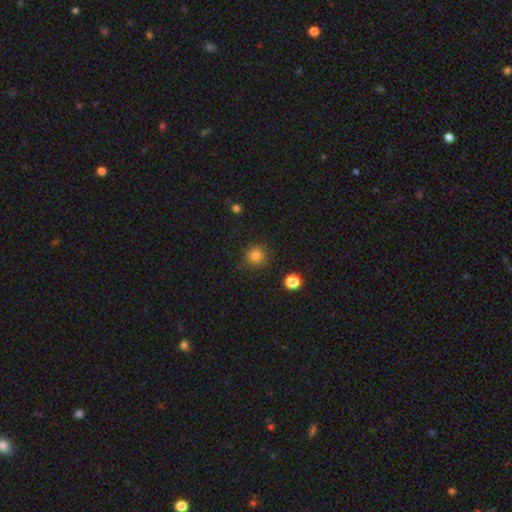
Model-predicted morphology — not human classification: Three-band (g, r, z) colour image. It shows a smooth galaxy with no disk features (82%) that is round (92%). Merging: none (83%).